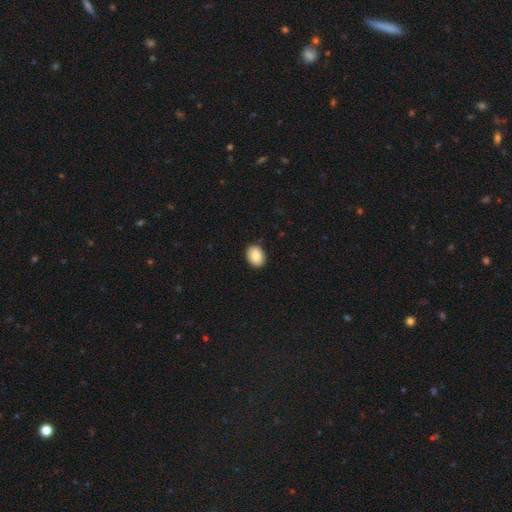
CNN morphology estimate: The model was most divided on "how rounded": in between: 72%, round: 27%, cigar-shaped: 1%. More confident: merging — none (89%); smooth or featured — smooth (86%).